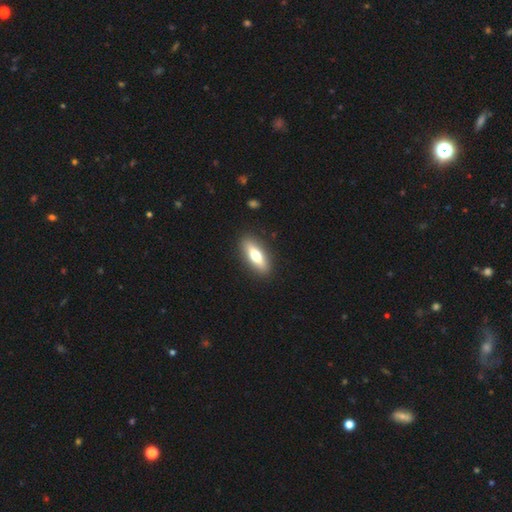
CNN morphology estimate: Smooth or featured: smooth — 61% (featured or disk — 33%)
How rounded: in between — 56% (cigar-shaped — 41%)
Merging: none — 89% (minor disturbance — 7%)